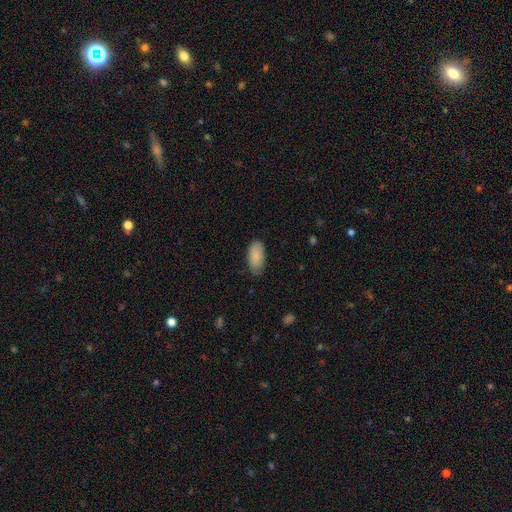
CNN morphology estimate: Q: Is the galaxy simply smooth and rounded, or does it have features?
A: smooth — 86%.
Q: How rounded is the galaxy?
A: in between — 94%.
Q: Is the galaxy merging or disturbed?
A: none — 77%.